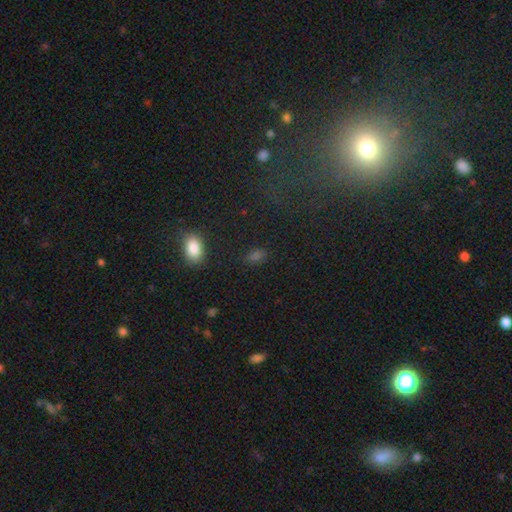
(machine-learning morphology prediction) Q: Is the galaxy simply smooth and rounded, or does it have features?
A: smooth — 71%.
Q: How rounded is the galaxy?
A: in between — 83%.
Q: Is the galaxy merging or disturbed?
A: none — 80%.